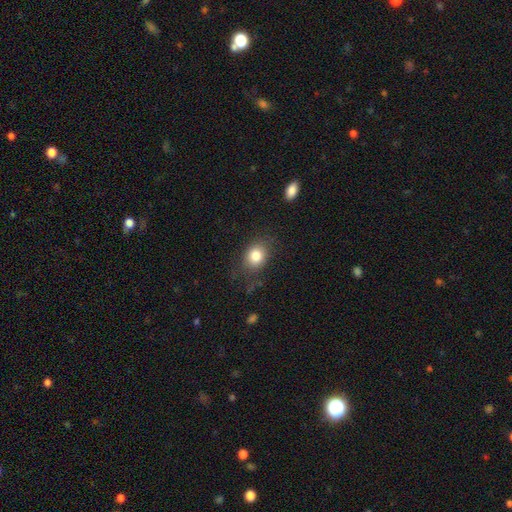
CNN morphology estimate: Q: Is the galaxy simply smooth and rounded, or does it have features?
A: smooth — 82%.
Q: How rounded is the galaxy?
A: in between — 53%.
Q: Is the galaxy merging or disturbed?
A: none — 75%.